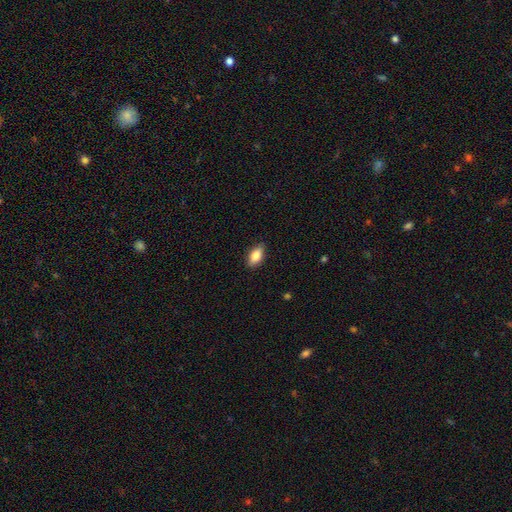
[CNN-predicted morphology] Smooth or featured: smooth — 83% (featured or disk — 10%)
How rounded: in between — 88% (cigar-shaped — 7%)
Merging: none — 84% (minor disturbance — 13%)